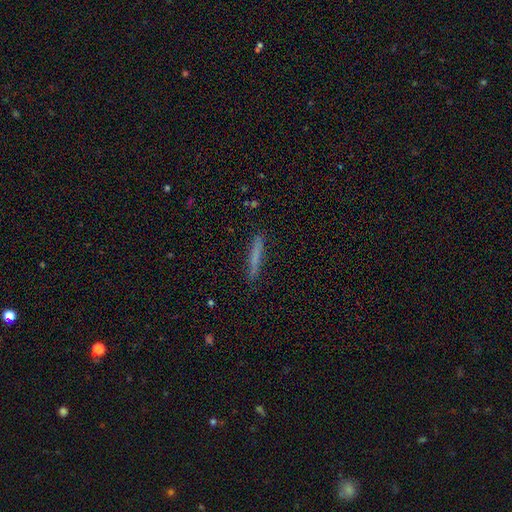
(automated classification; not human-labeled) Morphology: type=smooth (65%); roundness=cigar-shaped (95%); merging=none (87%).